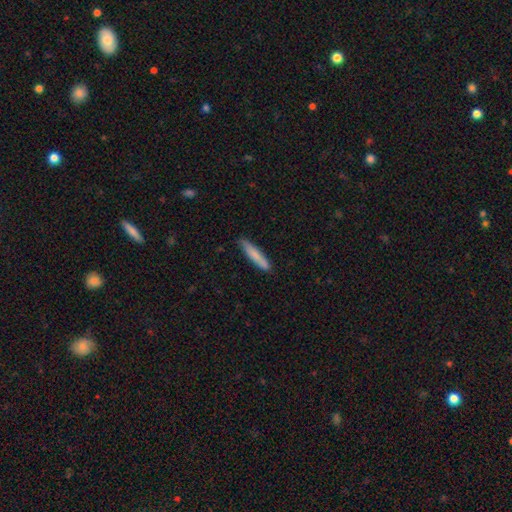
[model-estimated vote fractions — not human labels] smooth_or_featured: smooth (p=0.78) [alt: featured or disk p=0.16]
how_rounded: cigar-shaped (p=0.90) [alt: in between p=0.09]
merging: none (p=0.83) [alt: minor disturbance p=0.13]